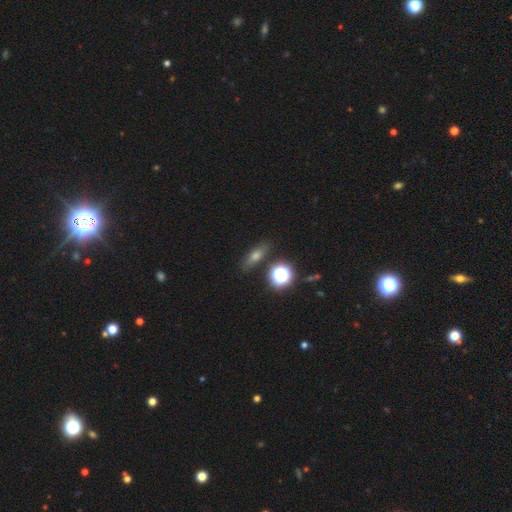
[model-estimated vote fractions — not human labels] Smooth or featured: smooth — 51% (featured or disk — 26%)
How rounded: in between — 44% (cigar-shaped — 38%)
Merging: none — 83% (minor disturbance — 10%)